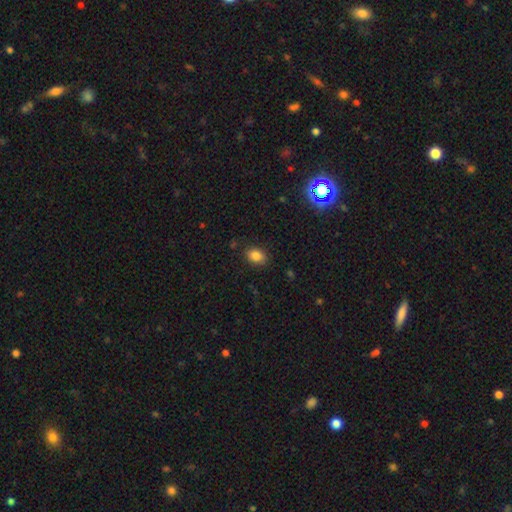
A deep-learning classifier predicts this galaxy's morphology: smooth_or_featured: smooth (p=0.85) [alt: star or artifact p=0.10]
how_rounded: in between (p=0.76) [alt: round p=0.22]
merging: none (p=0.86) [alt: minor disturbance p=0.10]